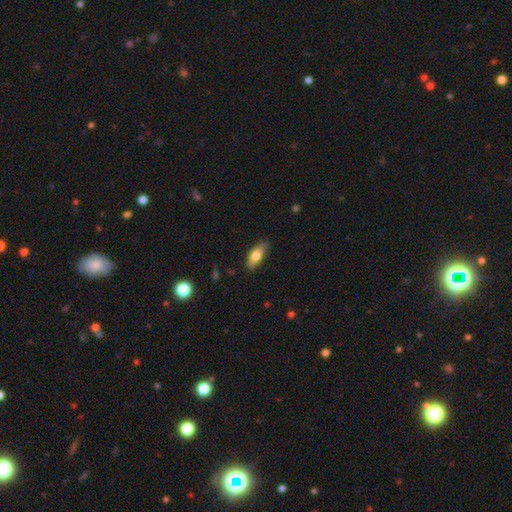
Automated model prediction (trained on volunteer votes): A smooth galaxy with no disk features (72%) that is in between round and cigar-shaped (74%). Merging: none (82%).